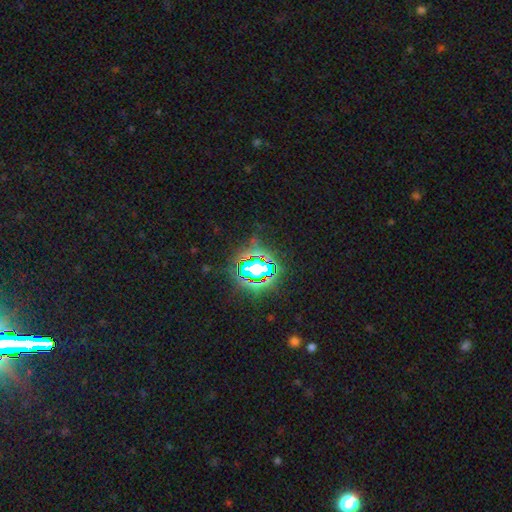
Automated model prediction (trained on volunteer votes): Smooth or featured?
  - star or artifact: 83% *
  - smooth: 10%
  - featured or disk: 6%